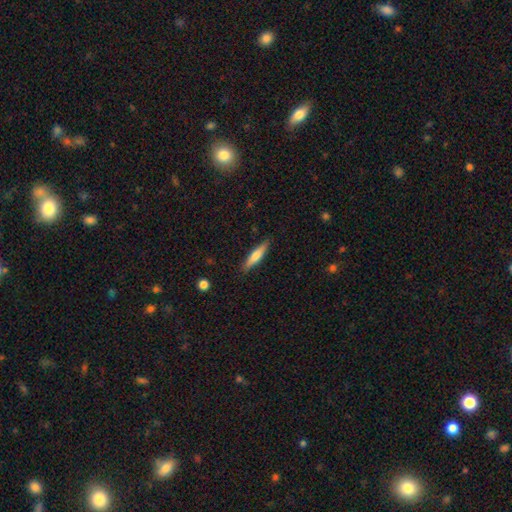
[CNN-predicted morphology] Smooth or featured: smooth — 61% (featured or disk — 33%)
How rounded: cigar-shaped — 85% (in between — 13%)
Merging: none — 88% (minor disturbance — 9%)